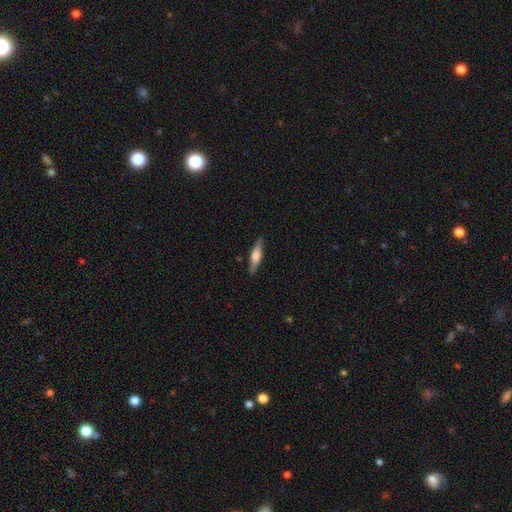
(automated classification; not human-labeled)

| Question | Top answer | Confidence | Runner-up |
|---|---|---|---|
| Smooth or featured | smooth | 48% | featured or disk (46%) |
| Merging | none | 86% | minor disturbance (11%) |